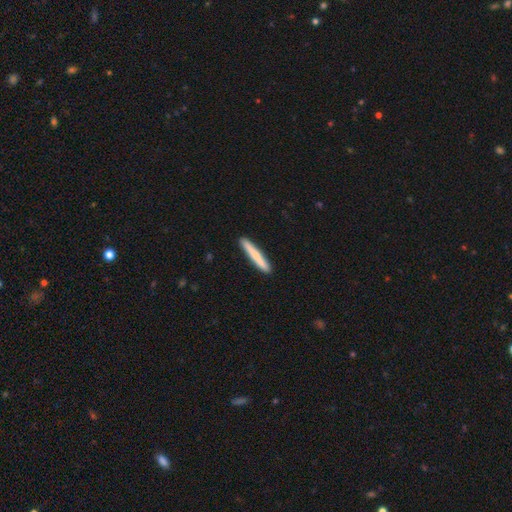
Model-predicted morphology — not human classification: The model was most divided on "smooth or featured": smooth: 70%, featured or disk: 25%, star or artifact: 5%. More confident: how rounded — cigar-shaped (95%); merging — none (91%).